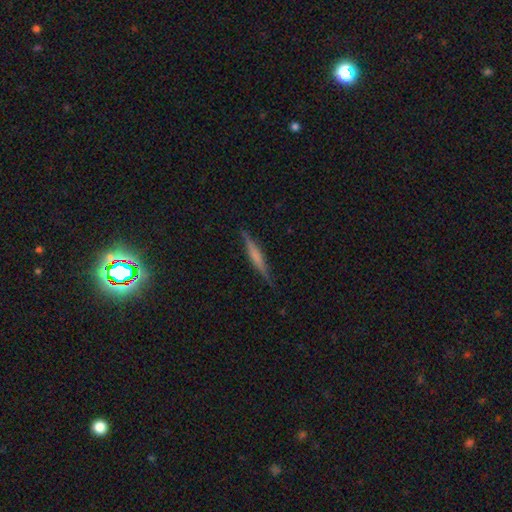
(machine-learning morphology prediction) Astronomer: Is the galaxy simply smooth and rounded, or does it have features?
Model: featured or disk — 53% (runner-up: smooth, 40%).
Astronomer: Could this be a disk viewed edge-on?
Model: yes — 97%.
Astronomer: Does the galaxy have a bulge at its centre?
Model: none — 41% (runner-up: rounded, 35%).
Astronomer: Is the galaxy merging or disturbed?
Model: none — 87%.